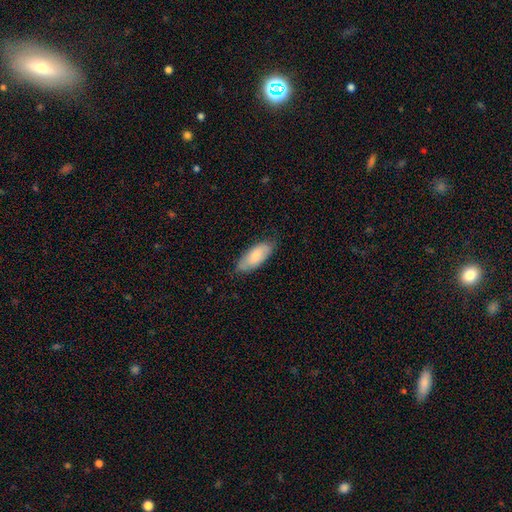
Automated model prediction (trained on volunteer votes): A smooth galaxy with no disk features (78%) that is in between round and cigar-shaped (83%).

Vote fractions:
- Smooth or featured? smooth: 78% / featured or disk: 16% / star or artifact: 5%
- How rounded? in between: 83% / cigar-shaped: 15% / round: 2%
- Merging? none: 76% / minor disturbance: 20% / major disturbance: 3% / merger: 1%